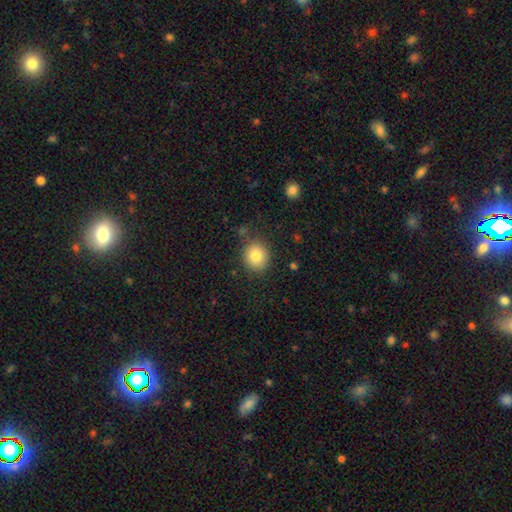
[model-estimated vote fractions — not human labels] Smooth or featured? Predicted: smooth (p=0.82). How rounded? Predicted: round (p=0.83). Merging? Predicted: none (p=0.83).